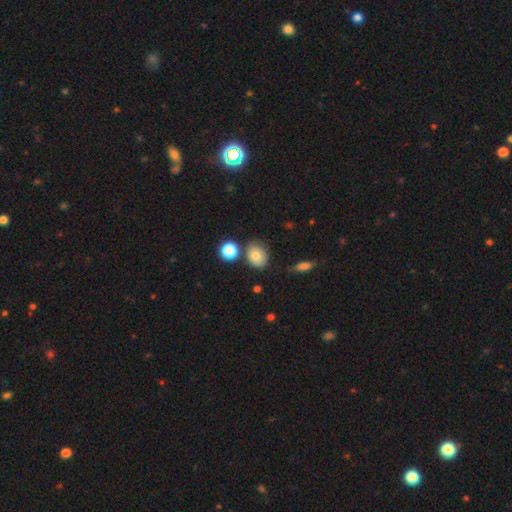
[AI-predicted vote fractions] Smooth or featured? Predicted: smooth (p=0.78). How rounded? Predicted: in between (p=0.59). Merging? Predicted: none (p=0.68).